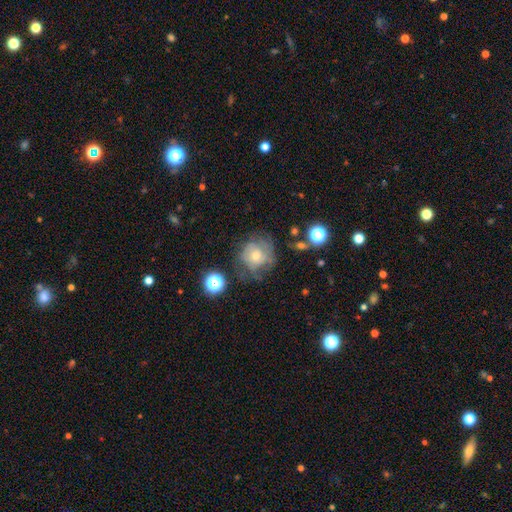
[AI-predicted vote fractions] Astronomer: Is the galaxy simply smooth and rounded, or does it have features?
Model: featured or disk — 48% (runner-up: smooth, 40%).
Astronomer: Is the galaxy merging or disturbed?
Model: none — 52%.